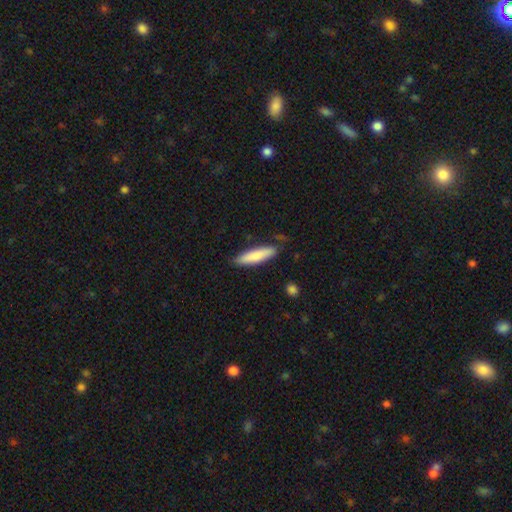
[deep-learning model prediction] Smooth or featured?
  - smooth: 80% *
  - featured or disk: 15%
  - star or artifact: 5%
How rounded?
  - cigar-shaped: 76% *
  - in between: 22%
  - round: 1%
Merging?
  - none: 81% *
  - minor disturbance: 14%
  - major disturbance: 3%
  - merger: 2%